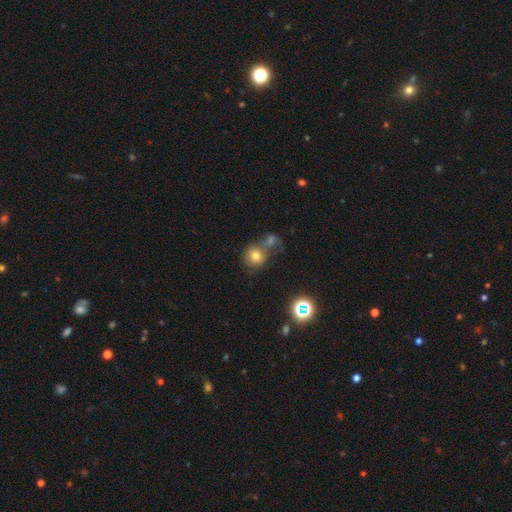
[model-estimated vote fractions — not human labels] Smooth or featured? Predicted: smooth (p=0.72). How rounded? Predicted: round (p=0.83). Merging? Predicted: merger (p=0.42).